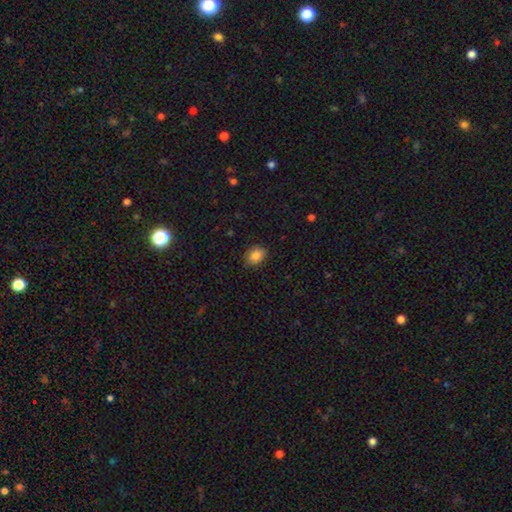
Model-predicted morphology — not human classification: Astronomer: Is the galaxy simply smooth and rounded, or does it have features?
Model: smooth — 85%.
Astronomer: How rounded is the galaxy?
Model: in between — 57% (runner-up: round, 42%).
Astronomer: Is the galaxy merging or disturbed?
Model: none — 84%.